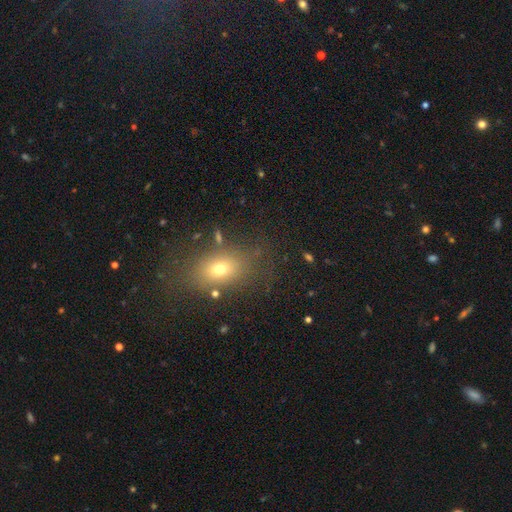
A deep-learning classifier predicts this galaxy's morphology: smooth_or_featured: smooth (p=0.60) [alt: star or artifact p=0.27]
how_rounded: in between (p=0.69) [alt: round p=0.27]
merging: none (p=0.81) [alt: minor disturbance p=0.11]